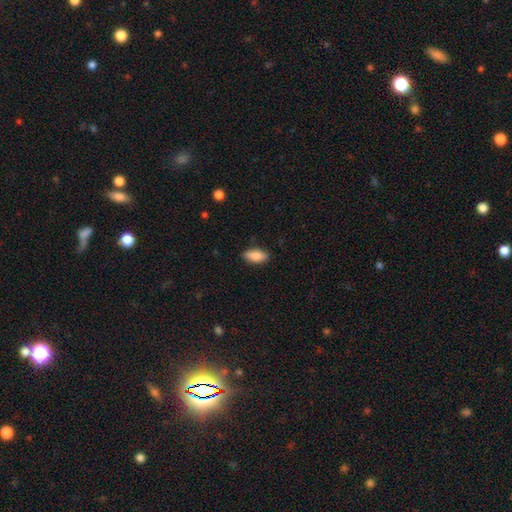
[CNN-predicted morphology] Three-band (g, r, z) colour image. It shows a smooth galaxy with no disk features (86%) that is in between round and cigar-shaped (87%). Merging: none (87%).